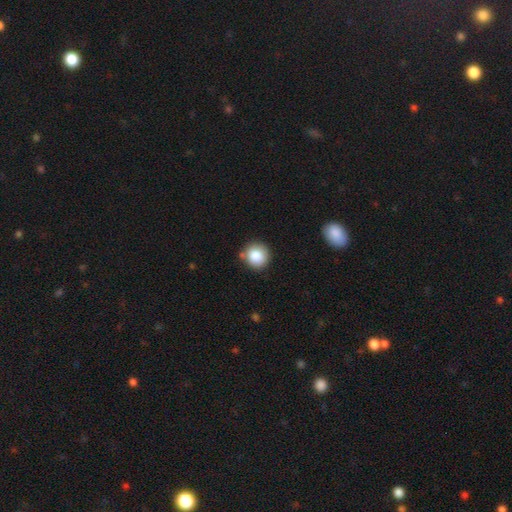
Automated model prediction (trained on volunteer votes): Overall: smooth (84%). How rounded: round (92%). Merging: none (81%).